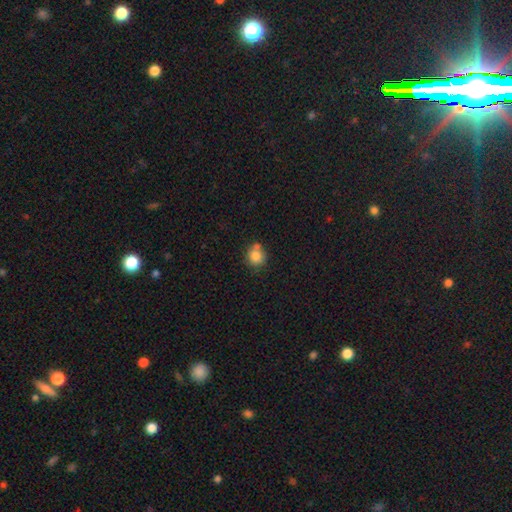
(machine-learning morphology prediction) The model was most divided on "merging": none: 61%, merger: 21%, minor disturbance: 14%, major disturbance: 4%. More confident: how rounded — round (87%); smooth or featured — smooth (82%).